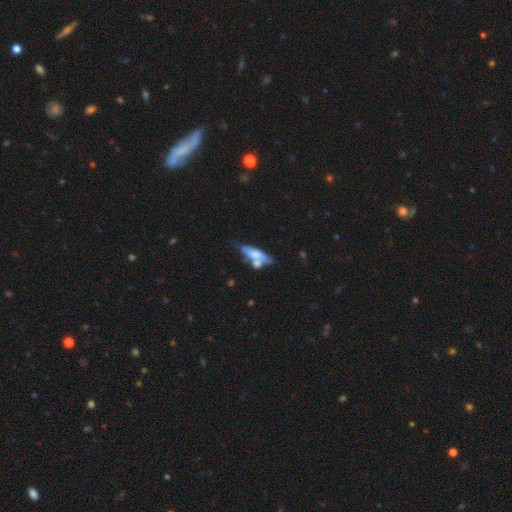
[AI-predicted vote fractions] Q: Smooth or featured?
A: smooth (58%); runner-up: featured or disk (35%)
Q: How rounded?
A: in between (52%); runner-up: cigar-shaped (45%)
Q: Merging?
A: none (37%); tied with: merger (37%)